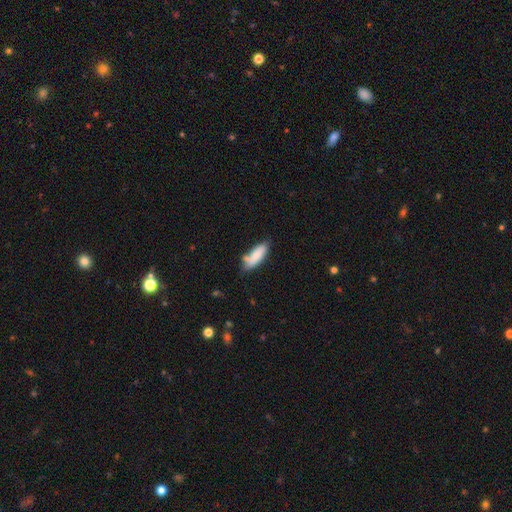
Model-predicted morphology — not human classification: Q: Smooth or featured?
A: smooth (83%); runner-up: featured or disk (10%)
Q: How rounded?
A: in between (62%); runner-up: cigar-shaped (36%)
Q: Merging?
A: none (58%); runner-up: minor disturbance (26%)